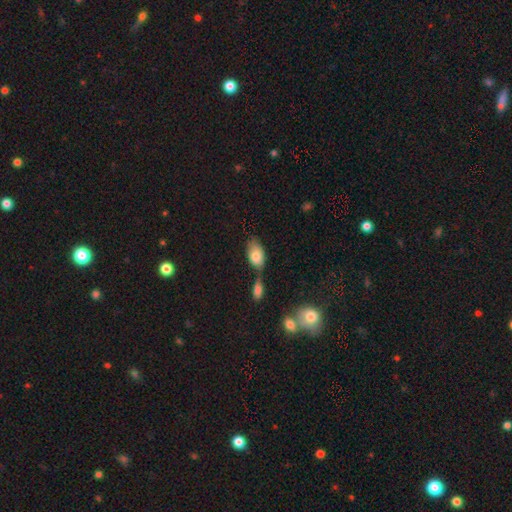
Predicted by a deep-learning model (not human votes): This appears to be a smooth galaxy with no disk features (80%) that is in between round and cigar-shaped (92%). Merging: none (39%).